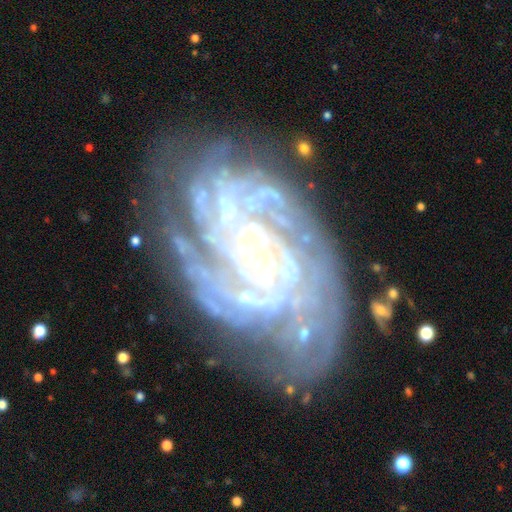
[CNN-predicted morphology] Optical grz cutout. It shows a featured or disk galaxy (89%) with no bar (70%), more than 4 (23%, tied with 4) tight (77%) spiral arms (97%) and a small central bulge (84%). Merging: none (70%).